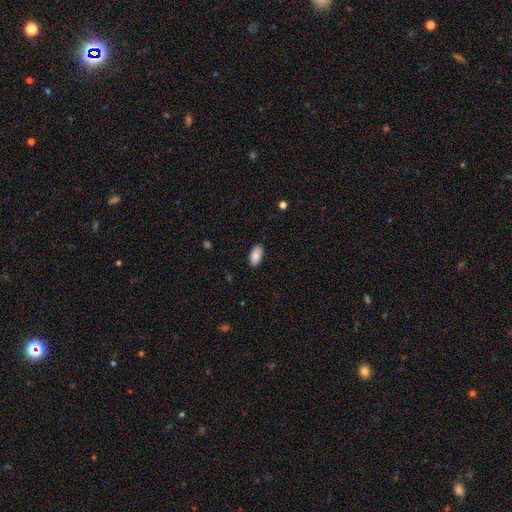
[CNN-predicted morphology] smooth_or_featured: smooth (p=0.89) [alt: star or artifact p=0.06]
how_rounded: in between (p=0.93) [alt: cigar-shaped p=0.05]
merging: none (p=0.88) [alt: minor disturbance p=0.09]